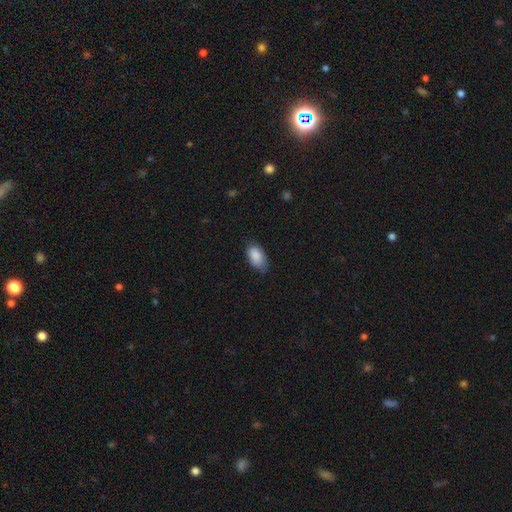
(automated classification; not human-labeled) smooth-or-featured: smooth: 87% | star or artifact: 7% | featured or disk: 7%
  how-rounded: in between: 93% | round: 4% | cigar-shaped: 3%
  merging: none: 62% | minor disturbance: 31% | major disturbance: 6% | merger: 1%